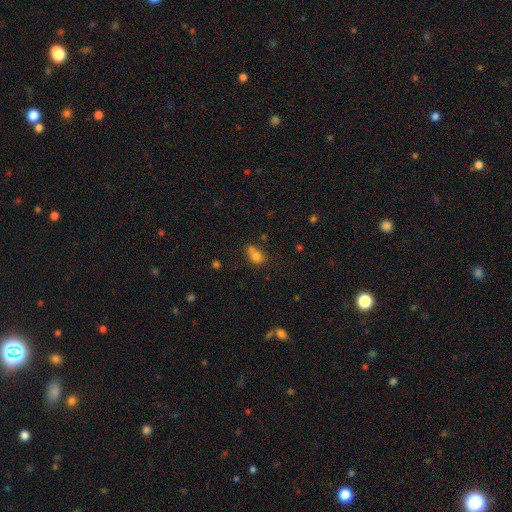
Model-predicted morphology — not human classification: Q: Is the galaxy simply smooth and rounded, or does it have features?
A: smooth — 76%.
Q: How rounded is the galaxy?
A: in between — 66%.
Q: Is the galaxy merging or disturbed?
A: none — 38%.